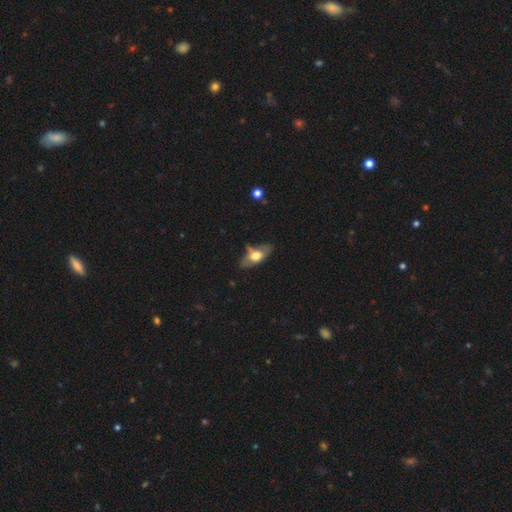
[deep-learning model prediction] This appears to be a smooth galaxy with no disk features (51%) that is in between round and cigar-shaped (82%). Merging: none (57%).